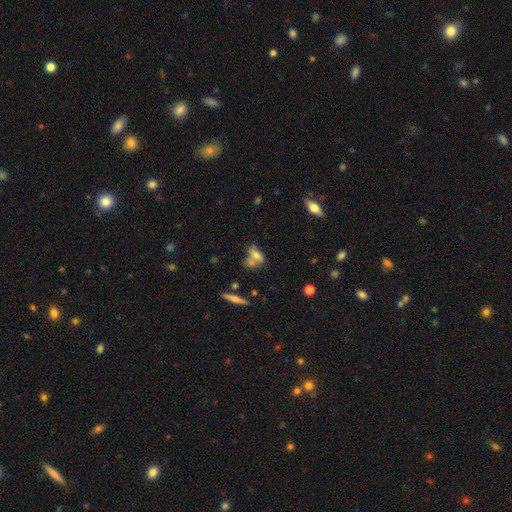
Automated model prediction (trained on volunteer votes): smooth 56%, featured or disk 32%, star or artifact 12%. Down the decision tree: how rounded — in between (75%); merging — merger (38%).